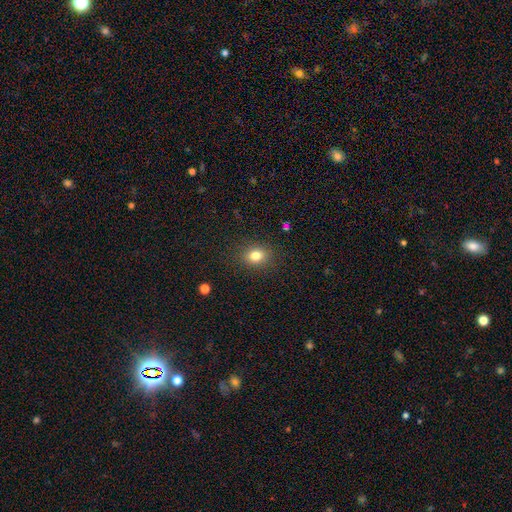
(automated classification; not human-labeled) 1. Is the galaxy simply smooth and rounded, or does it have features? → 80% smooth, 12% star or artifact, 8% featured or disk.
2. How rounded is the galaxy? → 54% round, 45% in between, 1% cigar-shaped.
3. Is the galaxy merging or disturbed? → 87% none, 9% minor disturbance, 3% major disturbance, 1% merger.